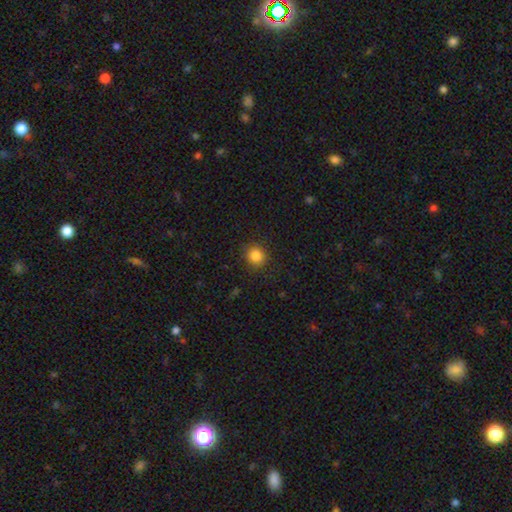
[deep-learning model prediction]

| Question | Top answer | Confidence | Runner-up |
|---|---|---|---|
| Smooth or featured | smooth | 85% | star or artifact (11%) |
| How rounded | round | 85% | in between (14%) |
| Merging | none | 87% | minor disturbance (9%) |